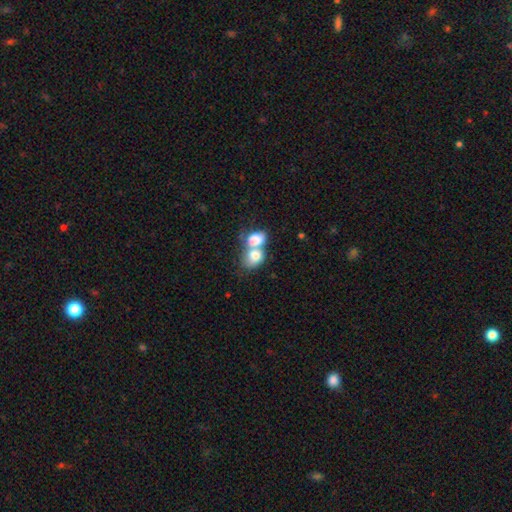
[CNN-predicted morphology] smooth_or_featured: smooth (p=0.77) [alt: featured or disk p=0.16]
how_rounded: in between (p=0.66) [alt: round p=0.33]
merging: merger (p=0.76) [alt: none p=0.14]